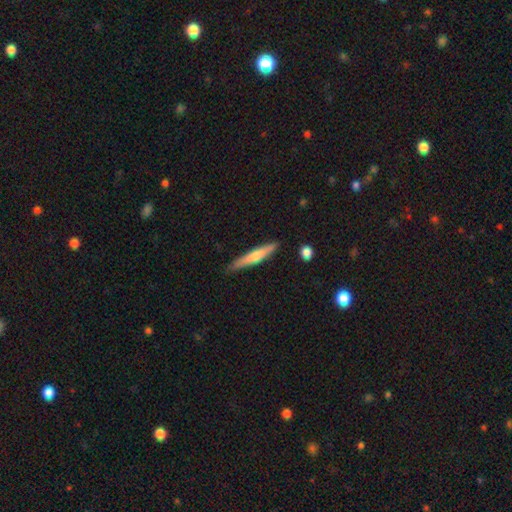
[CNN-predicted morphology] smooth-or-featured: featured or disk: 48% | smooth: 47% | star or artifact: 6%
  merging: none: 85% | minor disturbance: 11% | merger: 2% | major disturbance: 2%